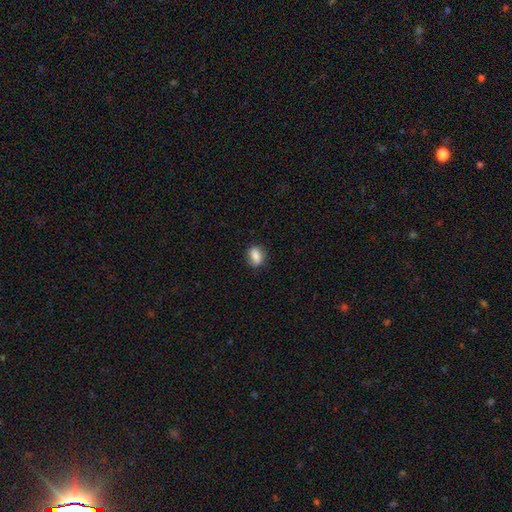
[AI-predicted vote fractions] Smooth or featured: smooth — 79% (featured or disk — 13%)
How rounded: in between — 67% (round — 30%)
Merging: none — 79% (minor disturbance — 16%)